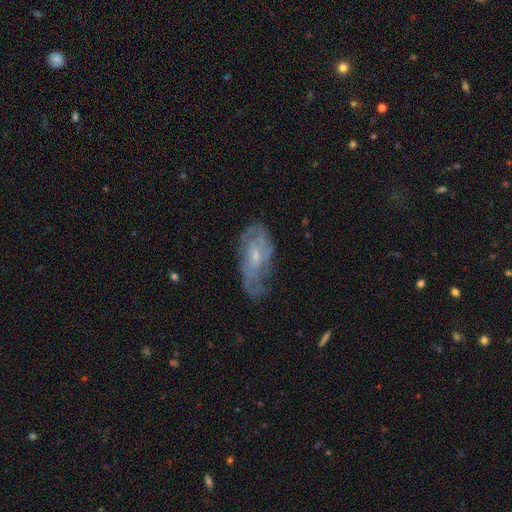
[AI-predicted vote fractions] The model was most divided on "spiral winding": tight: 41%, medium: 40%, loose: 19%. Remaining: edge-on disk — no (92%); spiral arms — yes (79%); smooth or featured — featured or disk (70%); bulge size — small (66%); bar — no (59%); merging — none (55%); spiral arm count — can't tell (48%).